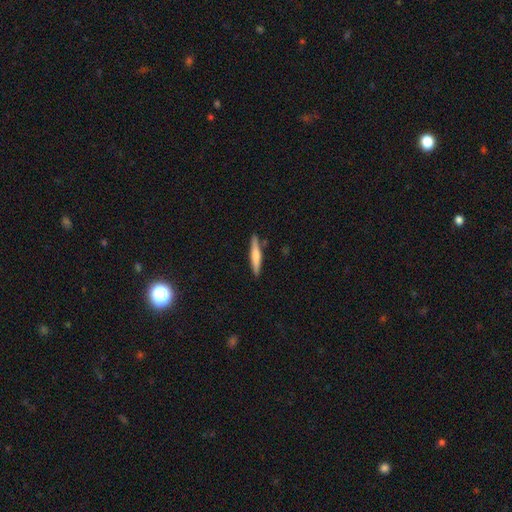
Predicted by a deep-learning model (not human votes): This appears to be a smooth galaxy with no disk features (55%) that is cigar-shaped (92%). Merging: none (88%).